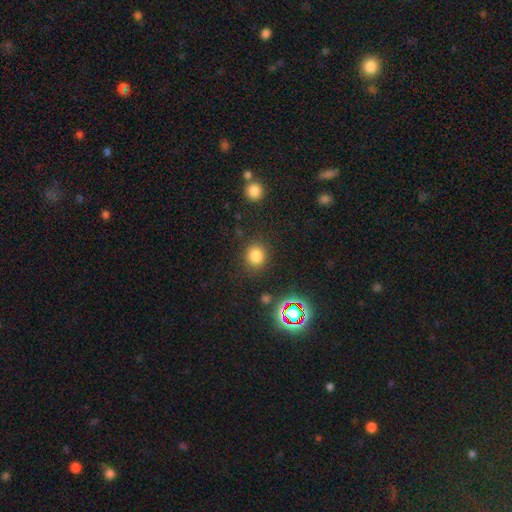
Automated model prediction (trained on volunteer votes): smooth-or-featured: smooth: 78% | star or artifact: 16% | featured or disk: 5%
  how-rounded: round: 83% | in between: 16% | cigar-shaped: 1%
  merging: none: 86% | minor disturbance: 8% | major disturbance: 4% | merger: 2%